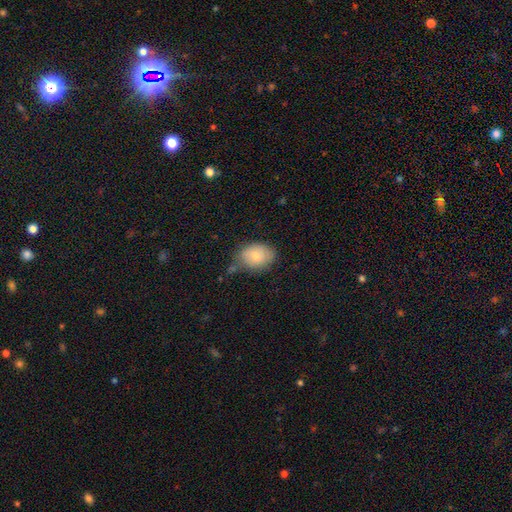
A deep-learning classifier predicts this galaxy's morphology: Smooth or featured?
  - smooth: 77% *
  - featured or disk: 16%
  - star or artifact: 7%
How rounded?
  - in between: 70% *
  - round: 29%
  - cigar-shaped: 1%
Merging?
  - none: 62% *
  - minor disturbance: 26%
  - major disturbance: 6%
  - merger: 6%